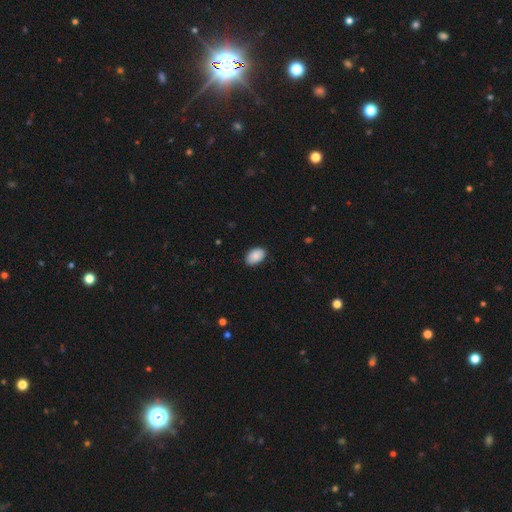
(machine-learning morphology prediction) smooth_or_featured: smooth (p=0.88) [alt: star or artifact p=0.07]
how_rounded: in between (p=0.91) [alt: round p=0.08]
merging: none (p=0.83) [alt: minor disturbance p=0.14]